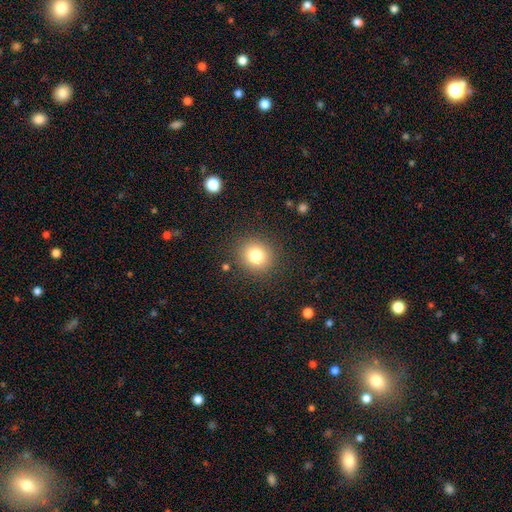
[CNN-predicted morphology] A smooth galaxy with no disk features (79%) that is round (85%).

Vote fractions:
- Smooth or featured? smooth: 79% / star or artifact: 12% / featured or disk: 9%
- How rounded? round: 85% / in between: 14% / cigar-shaped: 1%
- Merging? none: 88% / minor disturbance: 7% / major disturbance: 3% / merger: 2%